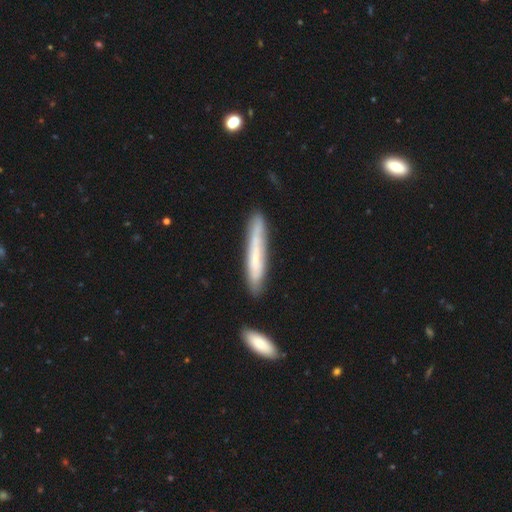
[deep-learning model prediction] smooth-or-featured: smooth: 56% | featured or disk: 38% | star or artifact: 7%
  how-rounded: cigar-shaped: 94% | in between: 5% | round: 1%
  merging: none: 76% | minor disturbance: 15% | merger: 5% | major disturbance: 3%